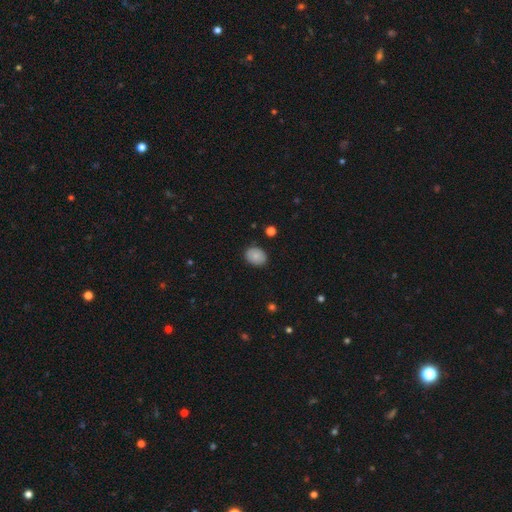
Smooth or featured? 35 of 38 (92%) said smooth. How rounded? 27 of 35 (77%) said in between. Merging? 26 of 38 (68%) said none.